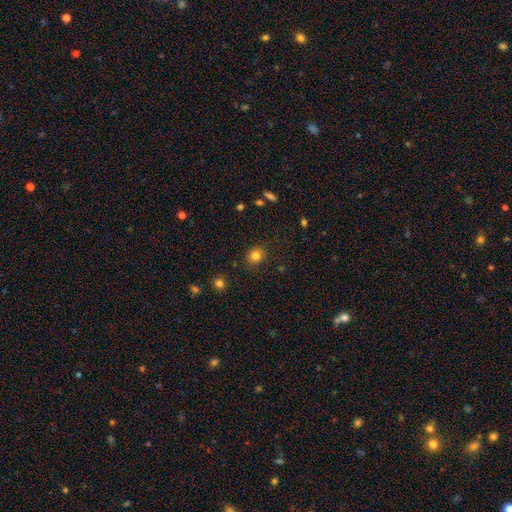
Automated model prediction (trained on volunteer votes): Smooth or featured?
  - smooth: 82% *
  - star or artifact: 12%
  - featured or disk: 6%
How rounded?
  - round: 69% *
  - in between: 31%
  - cigar-shaped: 1%
Merging?
  - none: 85% *
  - minor disturbance: 10%
  - major disturbance: 3%
  - merger: 2%